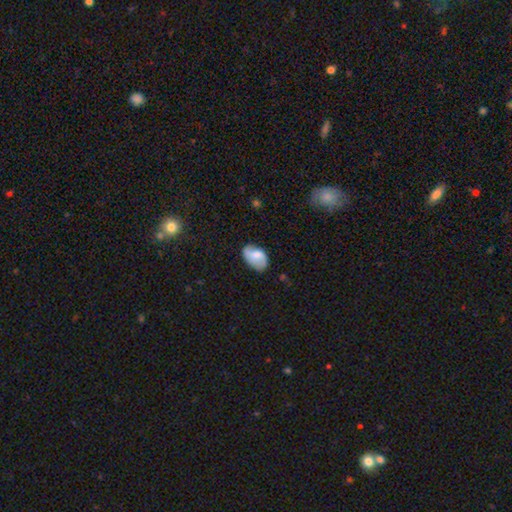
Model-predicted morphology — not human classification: Smooth or featured? Predicted: smooth (p=0.60). How rounded? Predicted: in between (p=0.91). Merging? Predicted: none (p=0.66).